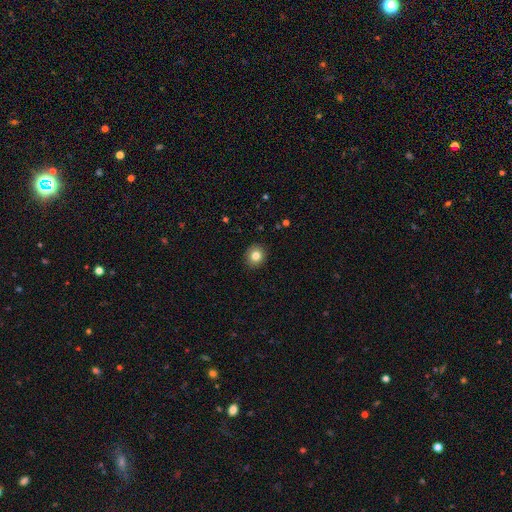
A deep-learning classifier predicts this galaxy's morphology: Overall: smooth (82%). How rounded: round (82%). Merging: none (91%).